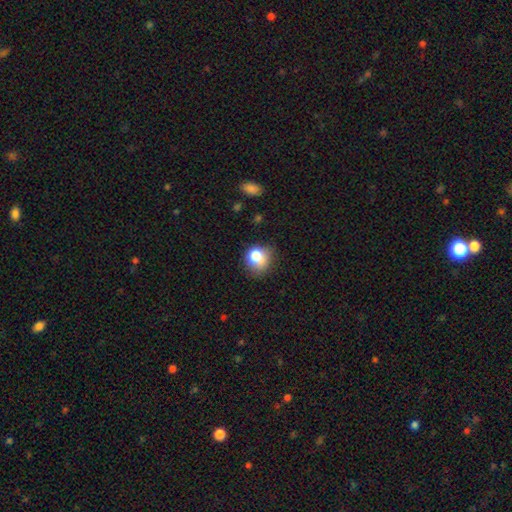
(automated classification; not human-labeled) A smooth galaxy with no disk features (74%) that is round (70%). Merging: none (48%).